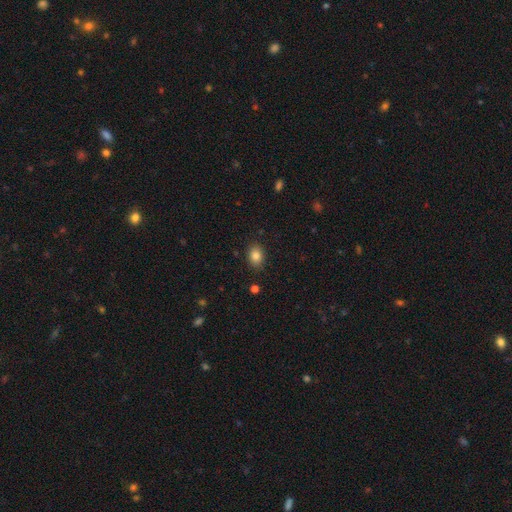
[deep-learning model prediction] Smooth or featured? Predicted: smooth (p=0.84). How rounded? Predicted: in between (p=0.65). Merging? Predicted: none (p=0.86).